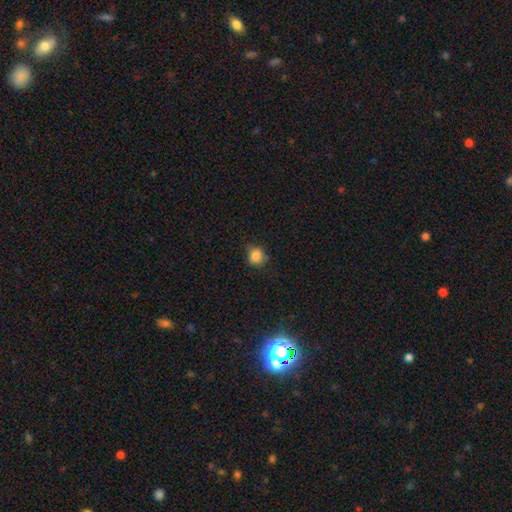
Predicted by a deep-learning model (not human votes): smooth 84%, star or artifact 10%, featured or disk 6%. Down the decision tree: how rounded — round (73%); merging — none (66%).